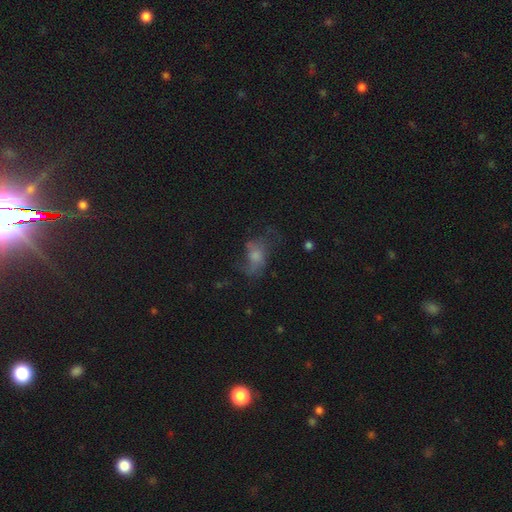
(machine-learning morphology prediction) smooth-or-featured: smooth: 45% | featured or disk: 38% | star or artifact: 18%
  merging: none: 42% | major disturbance: 33% | minor disturbance: 23% | merger: 3%